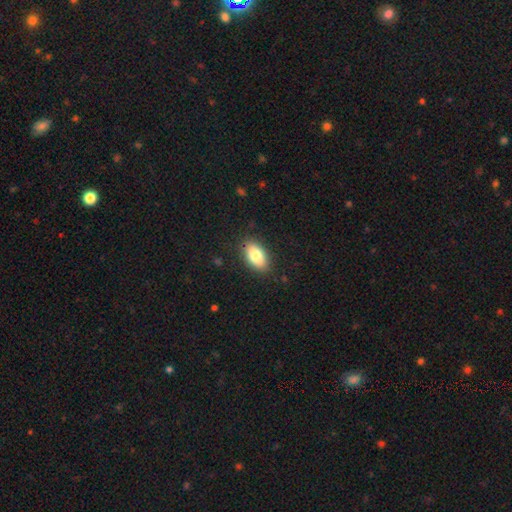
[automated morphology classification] Smooth or featured? smooth (81%)
How rounded? in between (91%)
Merging? none (86%)